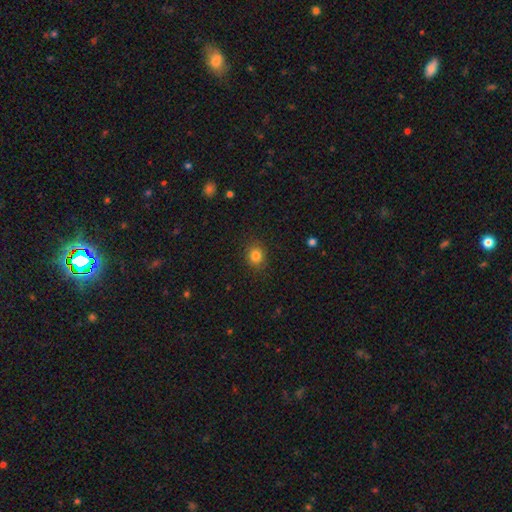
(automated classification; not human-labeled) Q: Smooth or featured?
A: smooth (83%); runner-up: star or artifact (12%)
Q: How rounded?
A: round (78%); runner-up: in between (21%)
Q: Merging?
A: none (89%); runner-up: minor disturbance (8%)